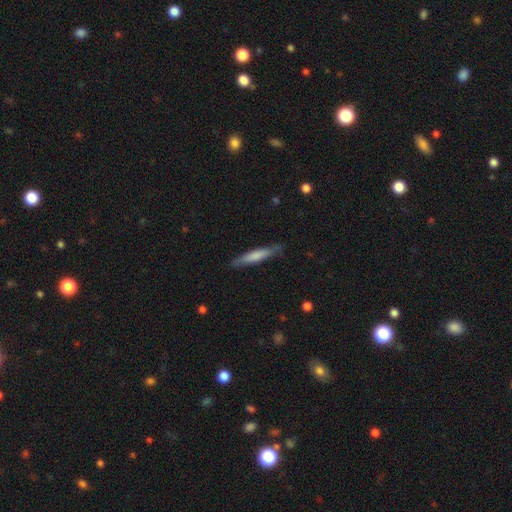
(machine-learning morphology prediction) smooth 67%, featured or disk 28%, star or artifact 5%. Down the decision tree: how rounded — cigar-shaped (89%); merging — none (83%).